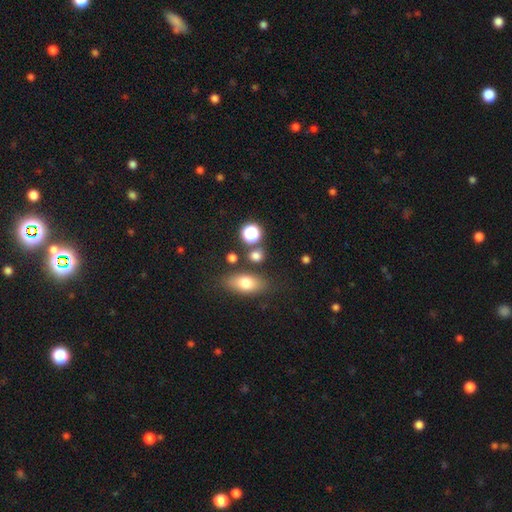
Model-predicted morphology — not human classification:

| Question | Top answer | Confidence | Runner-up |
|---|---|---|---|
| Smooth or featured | smooth | 72% | star or artifact (18%) |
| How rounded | round | 53% | in between (41%) |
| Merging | none | 74% | merger (11%) |